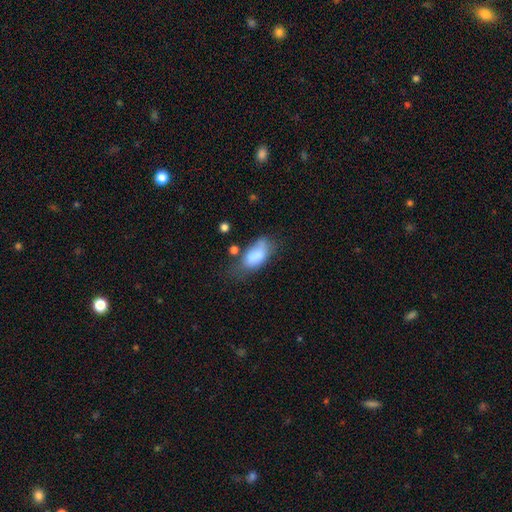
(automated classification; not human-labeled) Smooth or featured?
  - smooth: 76% *
  - featured or disk: 15%
  - star or artifact: 8%
How rounded?
  - in between: 91% *
  - cigar-shaped: 5%
  - round: 4%
Merging?
  - minor disturbance: 33% *
  - none: 32%
  - major disturbance: 25%
  - merger: 11%